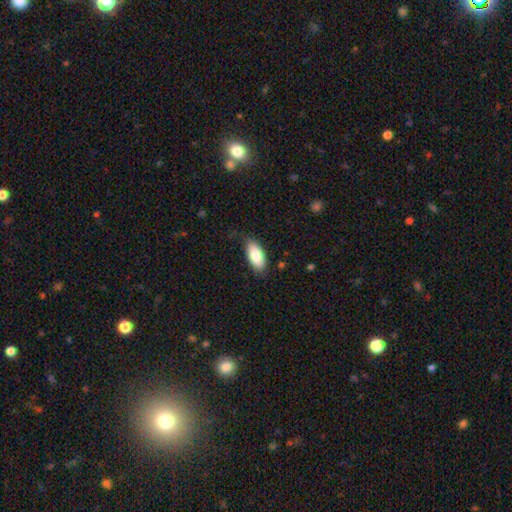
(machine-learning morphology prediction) Q: Smooth or featured?
A: smooth (85%); runner-up: featured or disk (9%)
Q: How rounded?
A: in between (89%); runner-up: cigar-shaped (9%)
Q: Merging?
A: none (78%); runner-up: minor disturbance (18%)